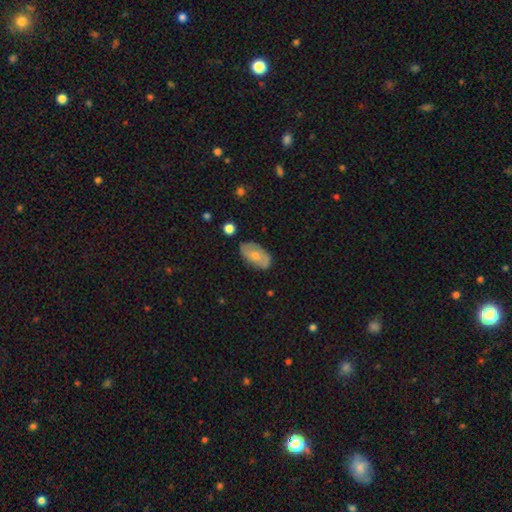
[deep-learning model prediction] Smooth or featured? smooth (58%)
How rounded? in between (92%)
Merging? none (75%)